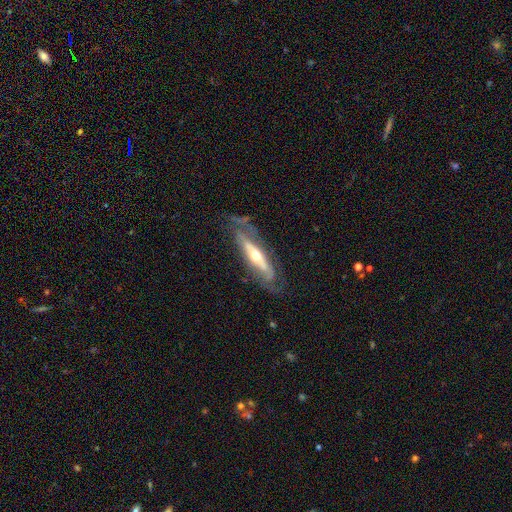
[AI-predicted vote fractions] A featured or disk galaxy (75%).

Vote fractions:
- Smooth or featured? featured or disk: 75% / smooth: 20% / star or artifact: 5%
- Edge-on disk? no: 58% / yes: 42%
- Merging? none: 61% / minor disturbance: 22% / major disturbance: 15% / merger: 2%